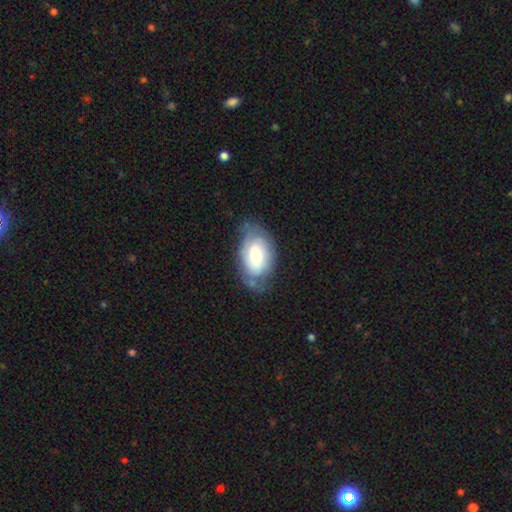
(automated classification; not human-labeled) Smooth or featured? smooth (49%)
Merging? none (57%)